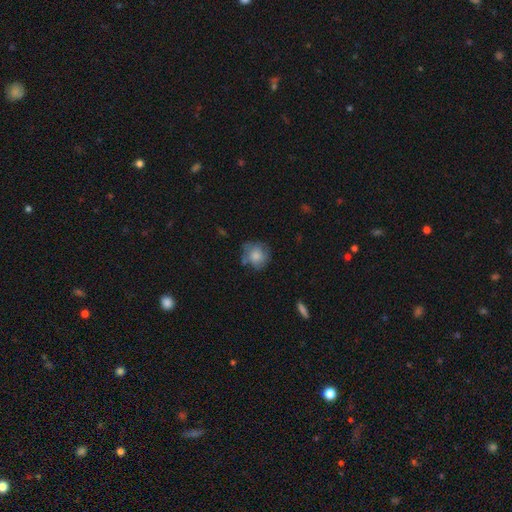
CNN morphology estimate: Smooth or featured: smooth — 68% (featured or disk — 24%)
How rounded: round — 83% (in between — 16%)
Merging: none — 60% (minor disturbance — 25%)